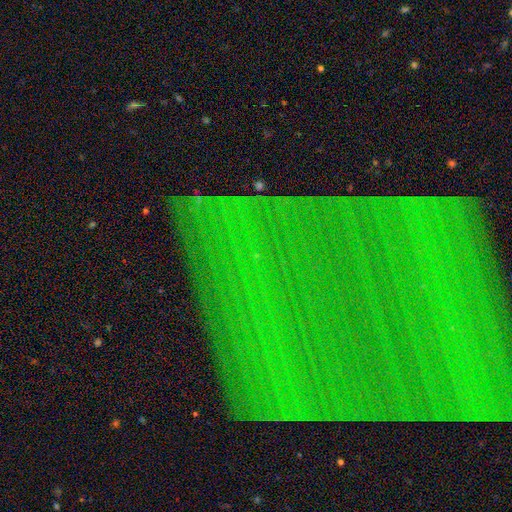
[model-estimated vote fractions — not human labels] A star or artifact, not a galaxy (86%).